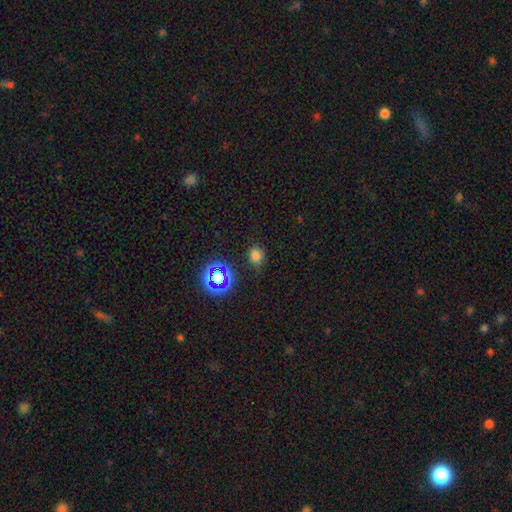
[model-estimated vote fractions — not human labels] Smooth or featured? smooth (71%)
How rounded? round (74%)
Merging? none (79%)